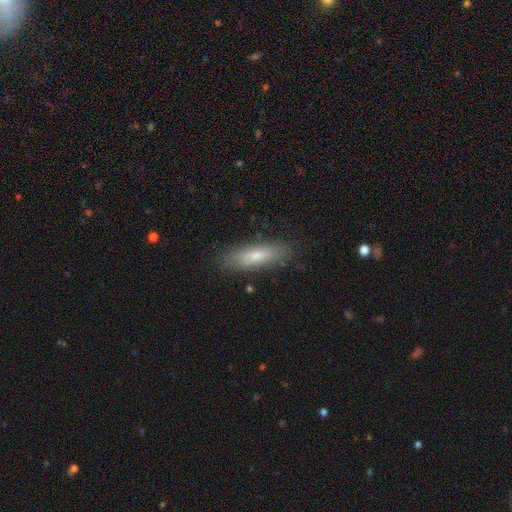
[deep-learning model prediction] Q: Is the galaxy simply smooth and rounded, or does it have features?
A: smooth — 77%.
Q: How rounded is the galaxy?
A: cigar-shaped — 58%.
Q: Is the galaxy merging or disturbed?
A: none — 85%.